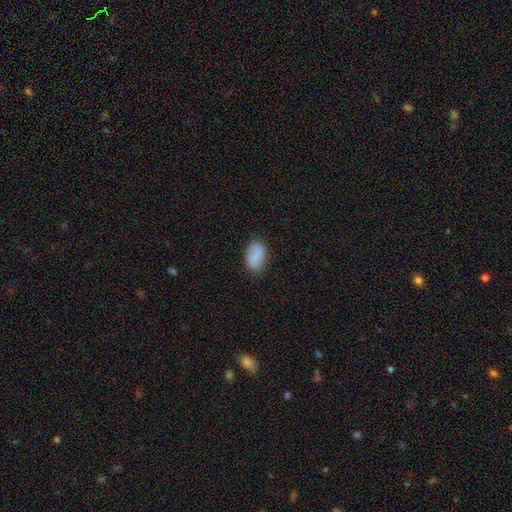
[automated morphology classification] Smooth or featured? Predicted: smooth (p=0.80). How rounded? Predicted: in between (p=0.91). Merging? Predicted: none (p=0.79).